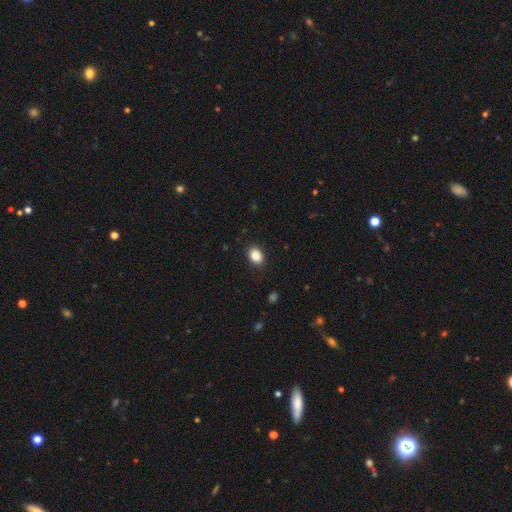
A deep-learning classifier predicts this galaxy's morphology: smooth-or-featured: smooth: 89% | star or artifact: 9% | featured or disk: 3%
  how-rounded: in between: 70% | round: 29% | cigar-shaped: 1%
  merging: none: 87% | minor disturbance: 10% | major disturbance: 3% | merger: 1%